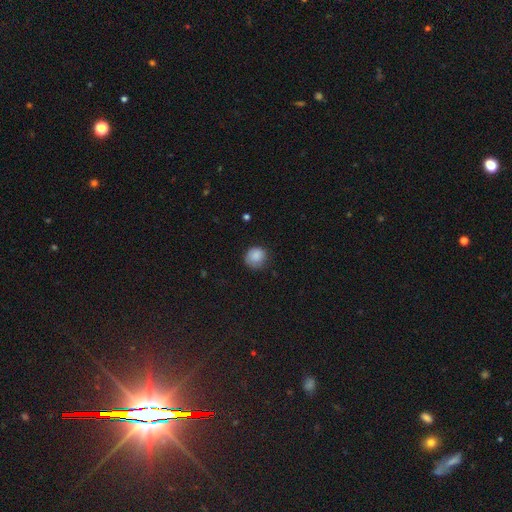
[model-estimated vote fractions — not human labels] Q: Smooth or featured?
A: smooth (86%); runner-up: star or artifact (8%)
Q: How rounded?
A: round (86%); runner-up: in between (13%)
Q: Merging?
A: none (73%); runner-up: minor disturbance (21%)